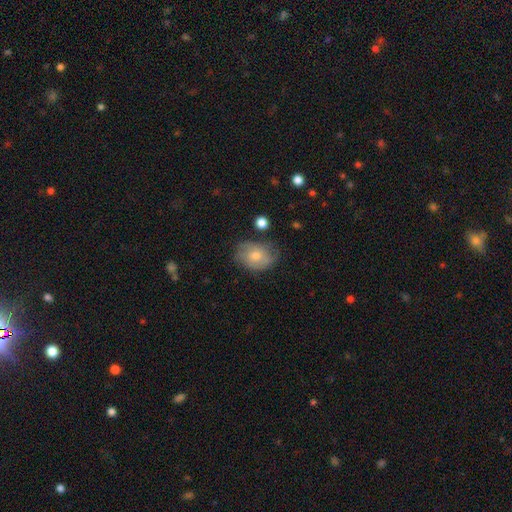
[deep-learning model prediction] The model was most divided on "how rounded": in between: 57%, round: 42%, cigar-shaped: 1%. More confident: merging — none (68%); smooth or featured — smooth (63%).